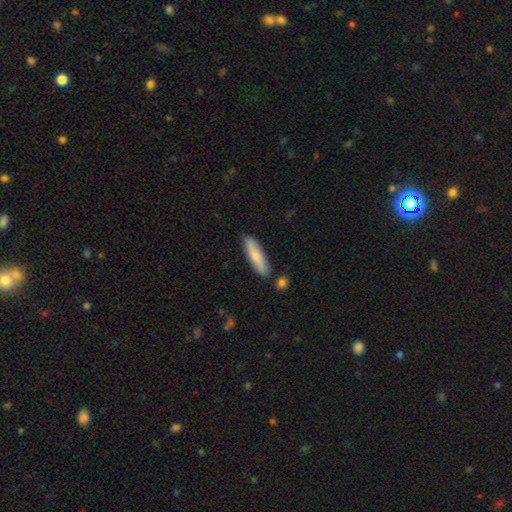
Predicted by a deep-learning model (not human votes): Smooth or featured? smooth (78%)
How rounded? cigar-shaped (71%)
Merging? none (85%)